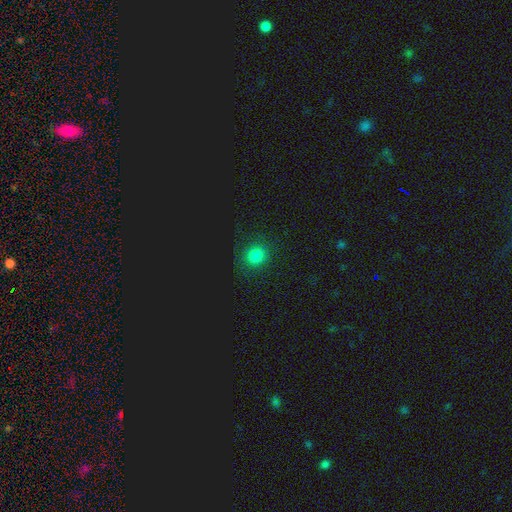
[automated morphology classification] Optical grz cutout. It shows a smooth galaxy with no disk features (77%) that is round (82%). Merging: none (87%).